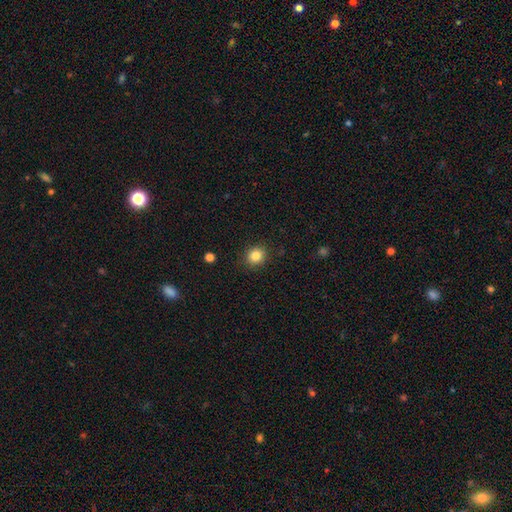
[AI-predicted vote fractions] Smooth or featured?
  - smooth: 84% *
  - star or artifact: 11%
  - featured or disk: 6%
How rounded?
  - round: 80% *
  - in between: 19%
  - cigar-shaped: 1%
Merging?
  - none: 89% *
  - minor disturbance: 8%
  - major disturbance: 2%
  - merger: 1%